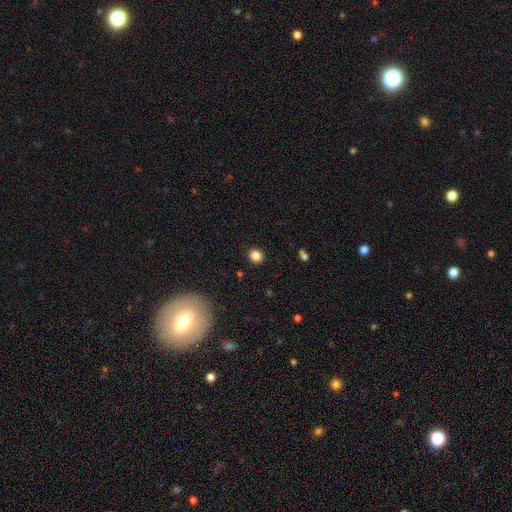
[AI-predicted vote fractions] Overall: smooth (85%). How rounded: round (82%). Merging: none (91%).